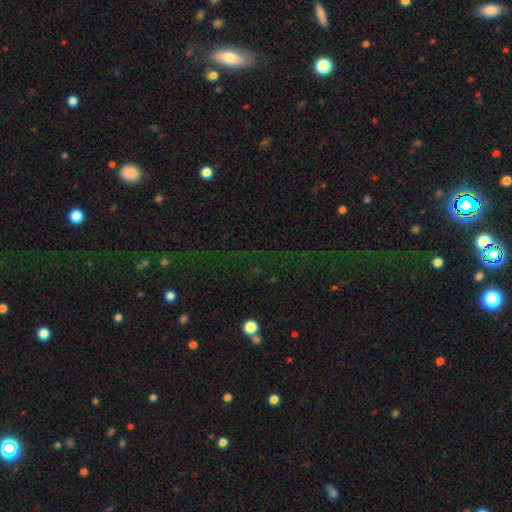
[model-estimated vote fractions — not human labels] Overall: star or artifact (64%).